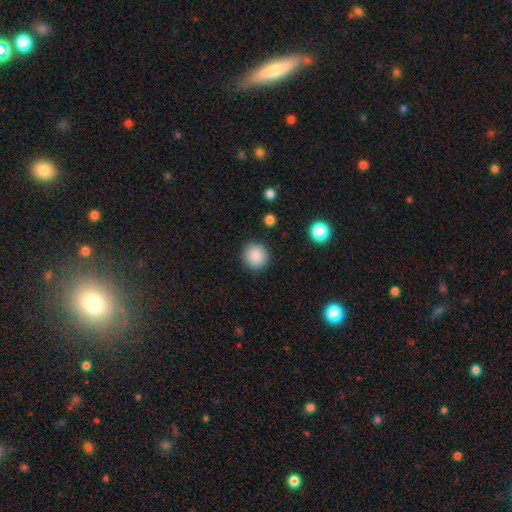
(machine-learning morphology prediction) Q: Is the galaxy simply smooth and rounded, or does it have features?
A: smooth — 88%.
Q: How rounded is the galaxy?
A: round — 92%.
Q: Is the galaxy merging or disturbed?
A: none — 90%.